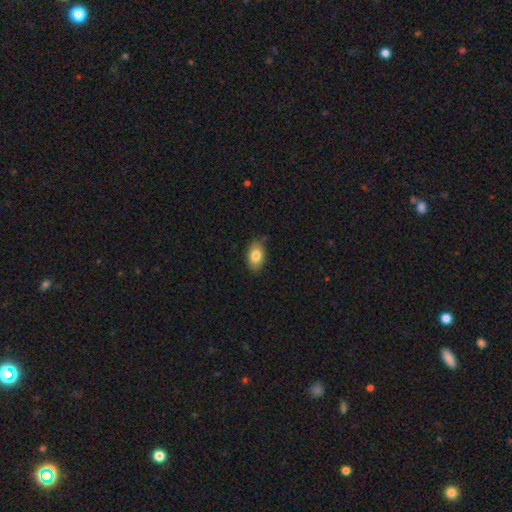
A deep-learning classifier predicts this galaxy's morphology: smooth-or-featured: smooth: 83% | featured or disk: 10% | star or artifact: 7%
  how-rounded: in between: 91% | round: 7% | cigar-shaped: 2%
  merging: none: 82% | minor disturbance: 14% | major disturbance: 3% | merger: 1%